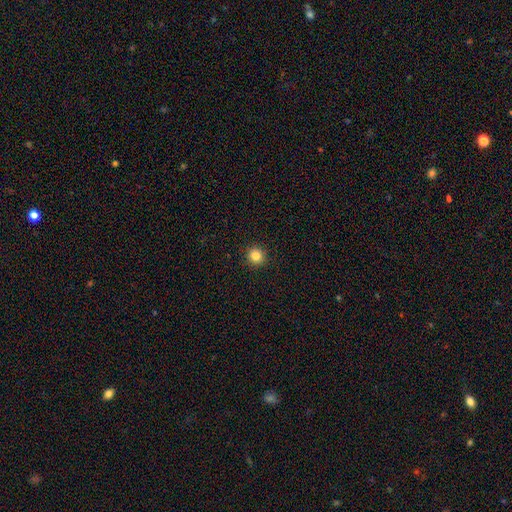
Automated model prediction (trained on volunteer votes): Q: Smooth or featured?
A: smooth (84%); runner-up: star or artifact (11%)
Q: How rounded?
A: round (94%); runner-up: in between (5%)
Q: Merging?
A: none (93%); runner-up: minor disturbance (5%)